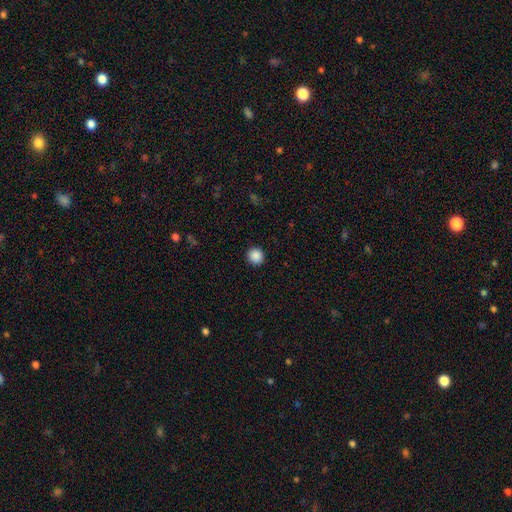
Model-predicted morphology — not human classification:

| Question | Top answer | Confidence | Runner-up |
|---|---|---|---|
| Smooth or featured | smooth | 88% | star or artifact (9%) |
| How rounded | round | 94% | in between (5%) |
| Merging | none | 92% | minor disturbance (5%) |